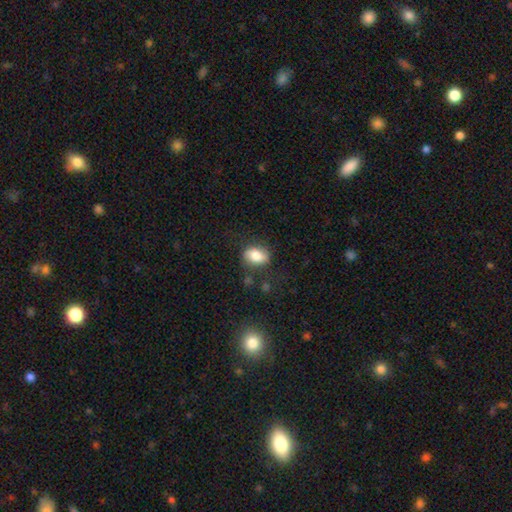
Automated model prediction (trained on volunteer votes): Overall: smooth (75%). How rounded: in between (74%). Merging: none (69%).